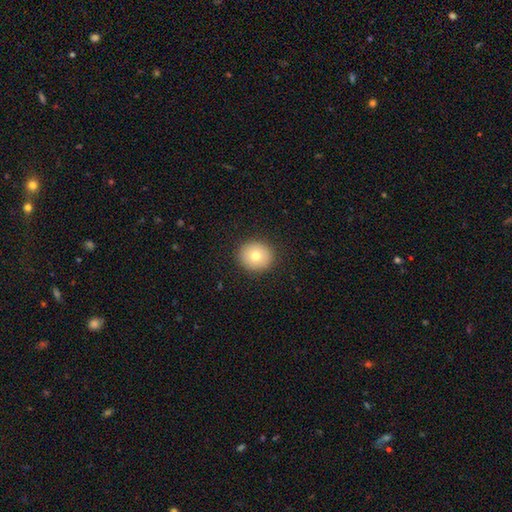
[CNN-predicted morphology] smooth 75%, featured or disk 15%, star or artifact 10%. Down the decision tree: how rounded — round (87%); merging — none (91%).